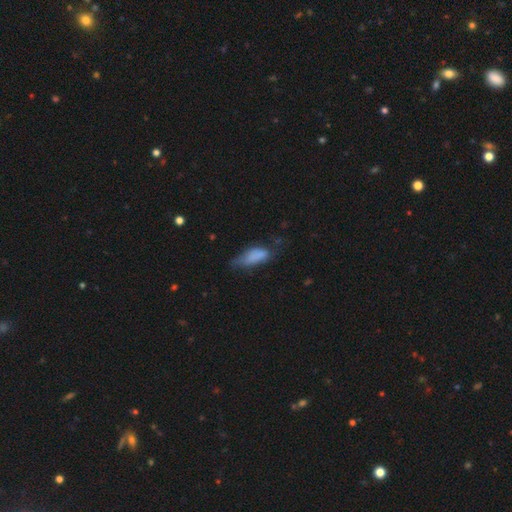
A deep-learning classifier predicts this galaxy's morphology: A smooth galaxy with no disk features (75%) that is in between round and cigar-shaped (75%).

Vote fractions:
- Smooth or featured? smooth: 75% / featured or disk: 16% / star or artifact: 9%
- How rounded? in between: 75% / cigar-shaped: 22% / round: 2%
- Merging? minor disturbance: 39% / none: 33% / major disturbance: 25% / merger: 3%